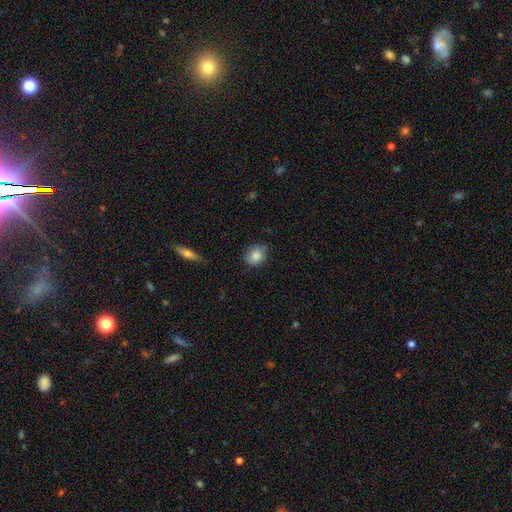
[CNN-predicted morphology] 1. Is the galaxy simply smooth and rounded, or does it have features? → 82% smooth, 10% featured or disk, 8% star or artifact.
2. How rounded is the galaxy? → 60% round, 39% in between, 1% cigar-shaped.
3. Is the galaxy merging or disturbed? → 74% none, 21% minor disturbance, 4% major disturbance, 1% merger.